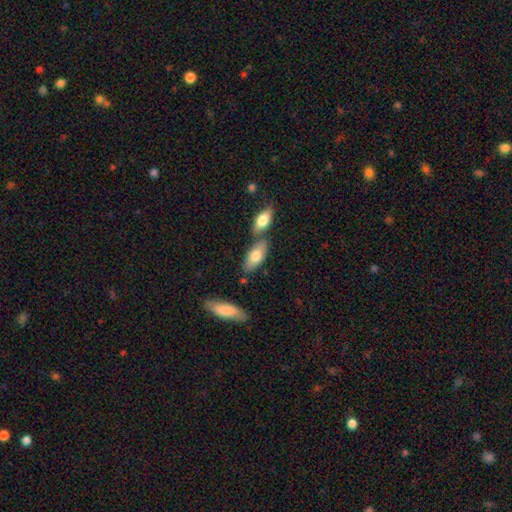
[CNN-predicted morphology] The model was most divided on "merging": none: 58%, merger: 25%, minor disturbance: 13%, major disturbance: 3%. More confident: how rounded — in between (84%); smooth or featured — smooth (75%).